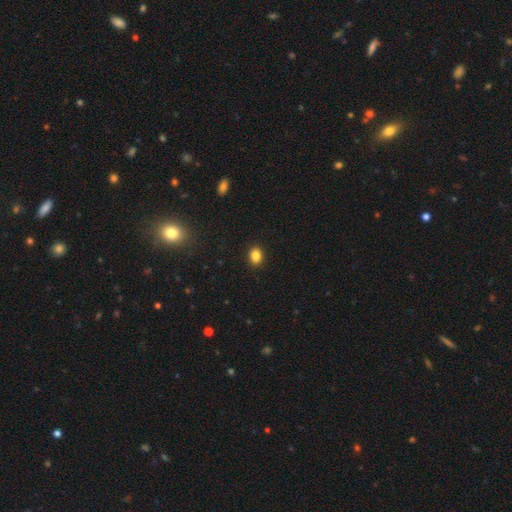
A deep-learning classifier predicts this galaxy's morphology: Smooth or featured: smooth — 86% (star or artifact — 10%)
How rounded: in between — 66% (round — 33%)
Merging: none — 90% (minor disturbance — 7%)